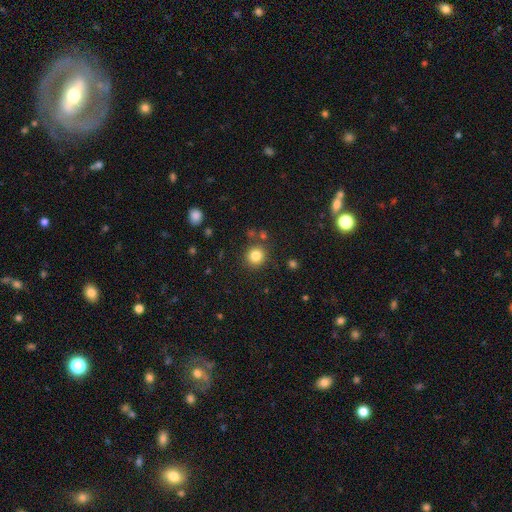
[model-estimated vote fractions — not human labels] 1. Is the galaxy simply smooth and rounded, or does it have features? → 83% smooth, 12% star or artifact, 6% featured or disk.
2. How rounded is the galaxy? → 91% round, 8% in between, 1% cigar-shaped.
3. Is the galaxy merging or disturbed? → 84% none, 8% minor disturbance, 5% merger, 3% major disturbance.